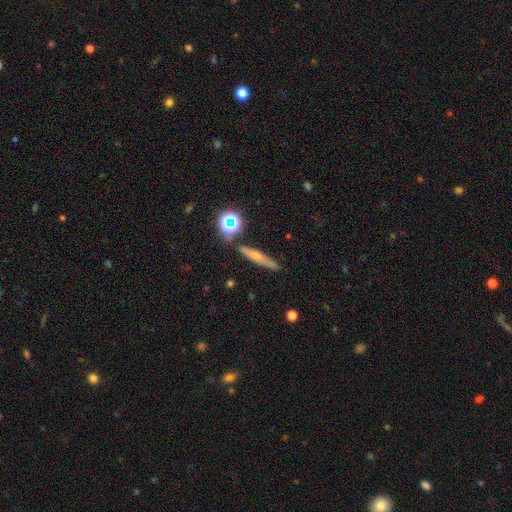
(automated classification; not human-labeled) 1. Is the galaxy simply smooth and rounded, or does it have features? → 43% featured or disk, 36% smooth, 21% star or artifact.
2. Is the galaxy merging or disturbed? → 83% none, 10% minor disturbance, 5% merger, 3% major disturbance.